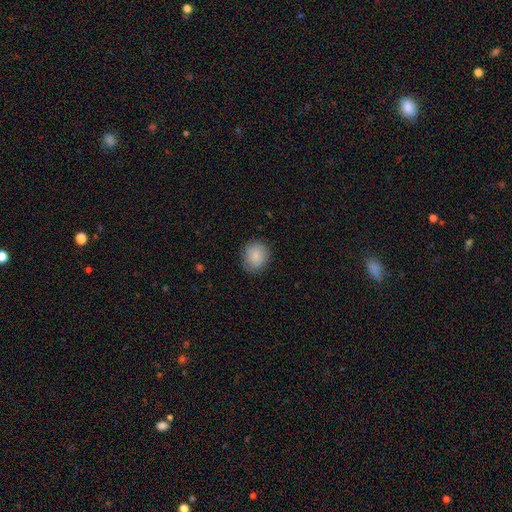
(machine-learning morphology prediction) Q: Smooth or featured?
A: smooth (84%); runner-up: featured or disk (8%)
Q: How rounded?
A: round (78%); runner-up: in between (21%)
Q: Merging?
A: none (82%); runner-up: minor disturbance (13%)